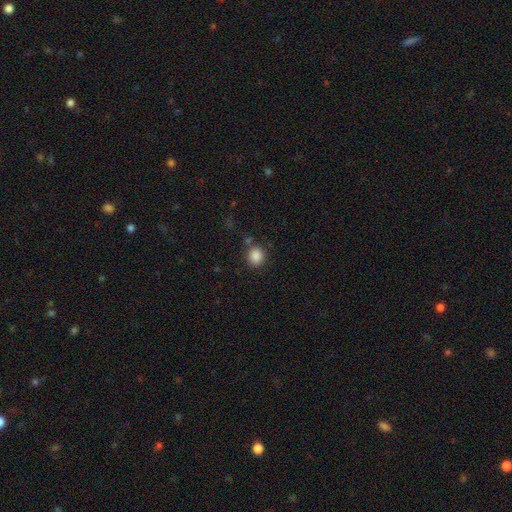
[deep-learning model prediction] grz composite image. It shows a smooth galaxy with no disk features (87%) that is round (82%). Merging: none (80%).